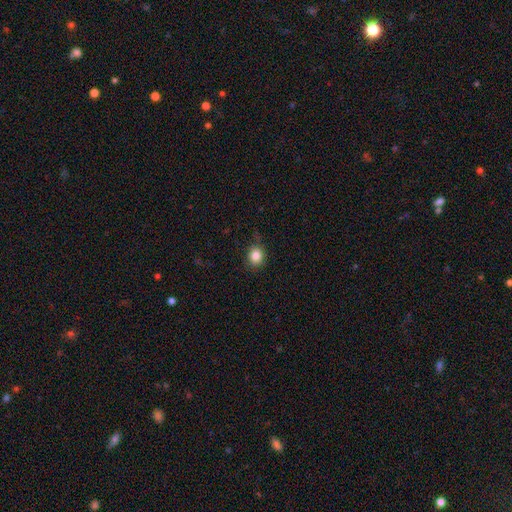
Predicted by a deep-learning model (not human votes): Overall: smooth (84%). How rounded: round (76%). Merging: none (80%).